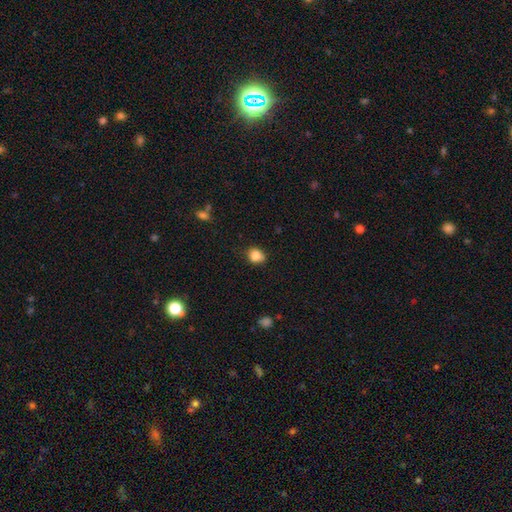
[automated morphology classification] This appears to be a smooth galaxy with no disk features (85%) that is round (54%). Merging: none (73%).